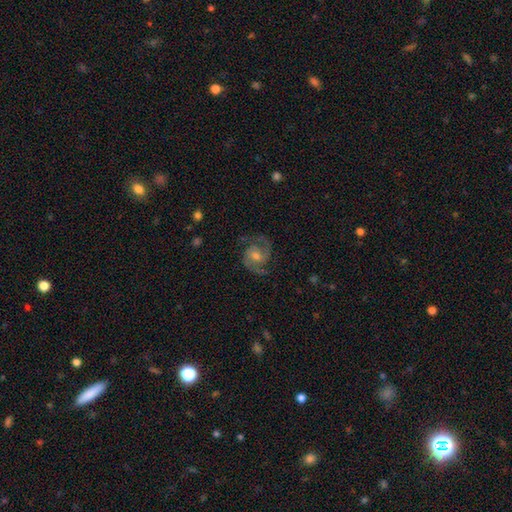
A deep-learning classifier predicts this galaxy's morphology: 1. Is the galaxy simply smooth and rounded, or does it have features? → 89% featured or disk, 6% star or artifact, 5% smooth.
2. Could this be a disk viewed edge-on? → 98% no, 2% yes.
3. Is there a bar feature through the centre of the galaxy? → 53% no, 38% weak, 9% strong.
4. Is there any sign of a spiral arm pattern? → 98% yes, 2% no.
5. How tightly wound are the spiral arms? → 59% medium, 28% tight, 14% loose.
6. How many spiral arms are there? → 90% 2, 3% 3, 3% can't tell, 1% 1, 1% 4, 1% more than 4.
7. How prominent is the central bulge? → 57% moderate, 34% small, 5% large, 3% none, 1% dominant.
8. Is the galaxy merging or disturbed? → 80% none, 13% minor disturbance, 6% major disturbance, 1% merger.